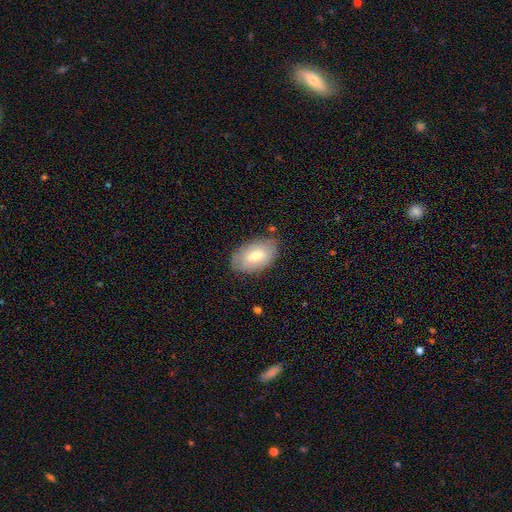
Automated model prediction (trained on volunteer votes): smooth 61%, featured or disk 32%, star or artifact 7%. Down the decision tree: how rounded — in between (93%); merging — none (78%).